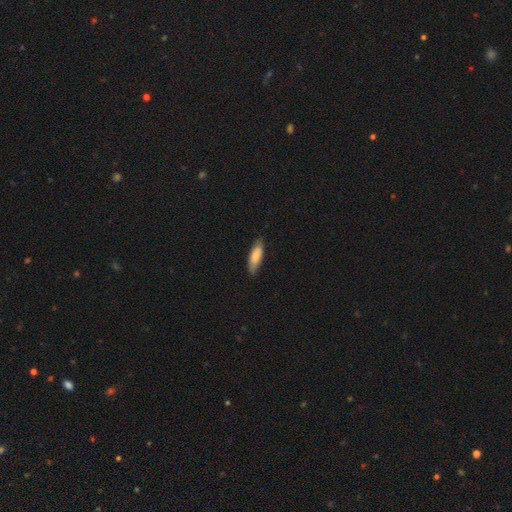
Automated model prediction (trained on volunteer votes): smooth-or-featured: smooth: 77% | featured or disk: 17% | star or artifact: 6%
  how-rounded: in between: 56% | cigar-shaped: 42% | round: 2%
  merging: none: 82% | minor disturbance: 15% | major disturbance: 2% | merger: 1%